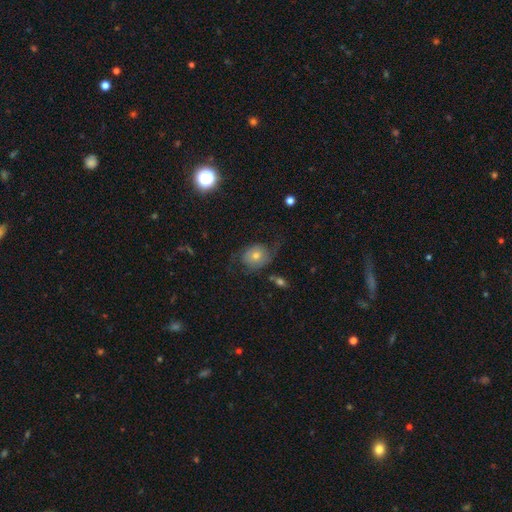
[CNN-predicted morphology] Smooth or featured? featured or disk (51%)
Edge-on disk? no (95%)
Merging? none (54%)